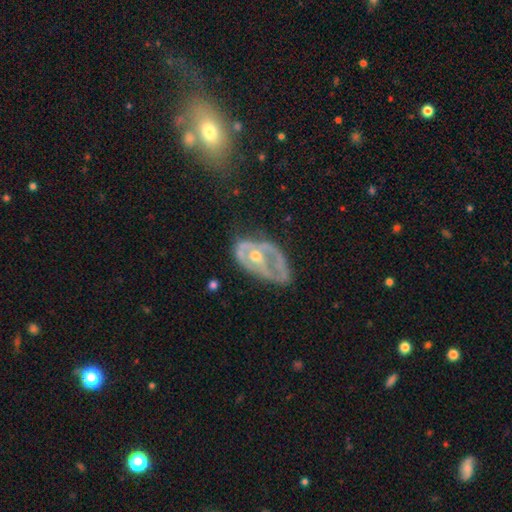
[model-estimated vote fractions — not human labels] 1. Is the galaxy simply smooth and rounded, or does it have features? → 73% featured or disk, 20% smooth, 7% star or artifact.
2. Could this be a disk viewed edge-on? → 94% no, 6% yes.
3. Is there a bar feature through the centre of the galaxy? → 62% no, 26% weak, 12% strong.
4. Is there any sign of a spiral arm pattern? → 54% no, 46% yes.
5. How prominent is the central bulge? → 57% moderate, 38% small, 3% large, 2% none, 1% dominant.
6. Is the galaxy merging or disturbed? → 39% major disturbance, 29% minor disturbance, 28% none, 3% merger.